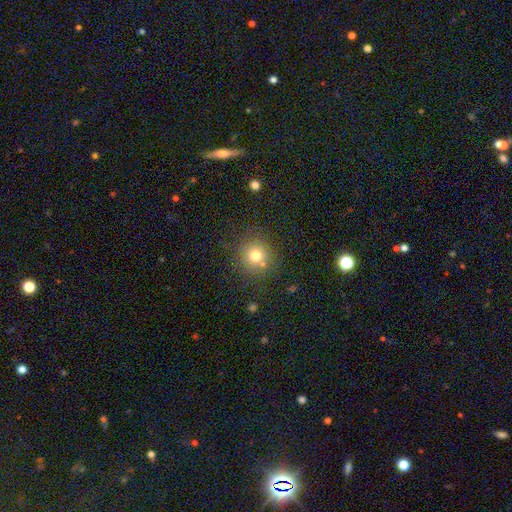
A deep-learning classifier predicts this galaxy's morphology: The model was most divided on "smooth or featured": smooth: 76%, star or artifact: 15%, featured or disk: 10%. More confident: how rounded — round (92%); merging — none (78%).